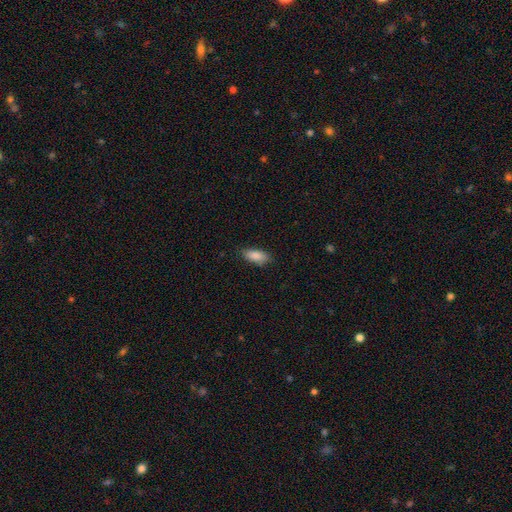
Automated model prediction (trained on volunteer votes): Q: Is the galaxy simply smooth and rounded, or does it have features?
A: smooth — 88%.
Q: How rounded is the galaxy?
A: in between — 82%.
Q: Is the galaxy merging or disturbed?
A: none — 81%.